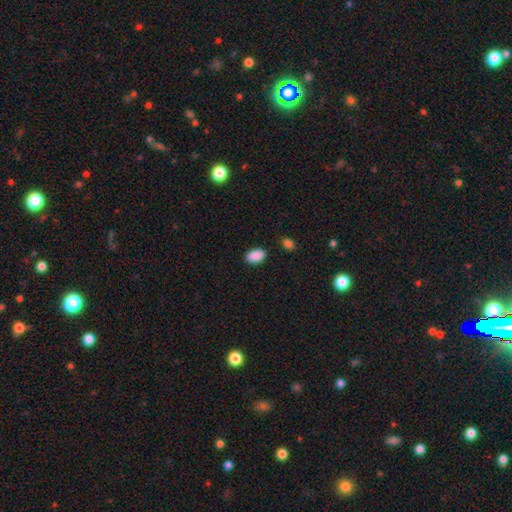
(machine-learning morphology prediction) A smooth galaxy with no disk features (90%) that is in between round and cigar-shaped (90%).

Vote fractions:
- Smooth or featured? smooth: 90% / star or artifact: 8% / featured or disk: 3%
- How rounded? in between: 90% / round: 9% / cigar-shaped: 1%
- Merging? none: 86% / minor disturbance: 10% / major disturbance: 2% / merger: 2%